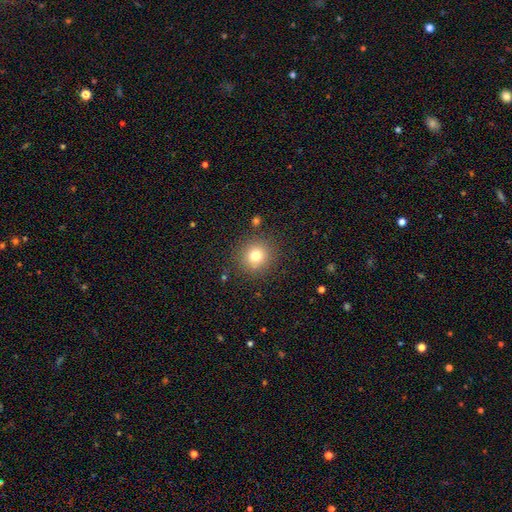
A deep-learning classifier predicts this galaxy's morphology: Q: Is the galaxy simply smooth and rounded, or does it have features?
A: smooth — 77%.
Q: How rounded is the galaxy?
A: round — 92%.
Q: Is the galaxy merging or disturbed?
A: none — 87%.